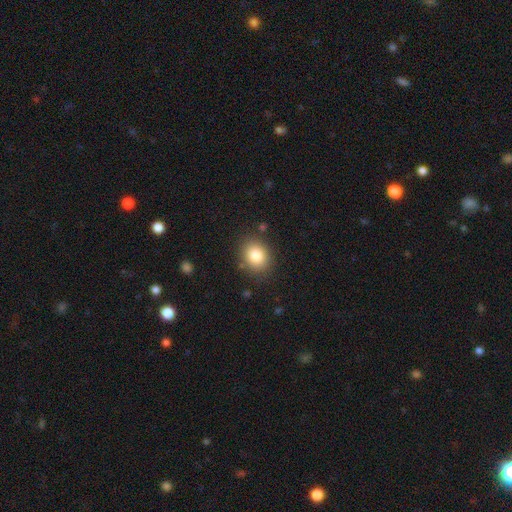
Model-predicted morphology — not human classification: Smooth or featured? Predicted: smooth (p=0.83). How rounded? Predicted: round (p=0.58). Merging? Predicted: none (p=0.84).